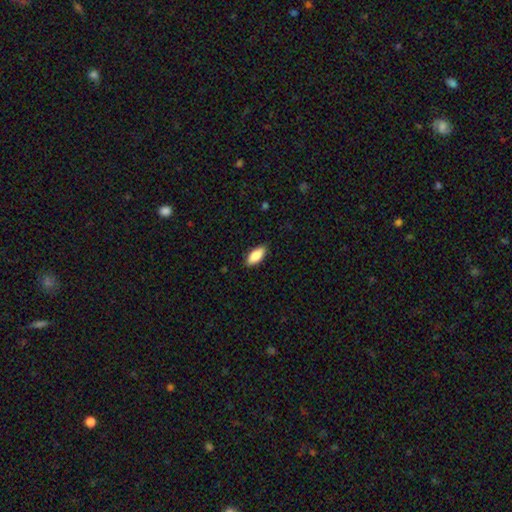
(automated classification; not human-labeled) Overall: smooth (86%). How rounded: in between (87%). Merging: none (87%).